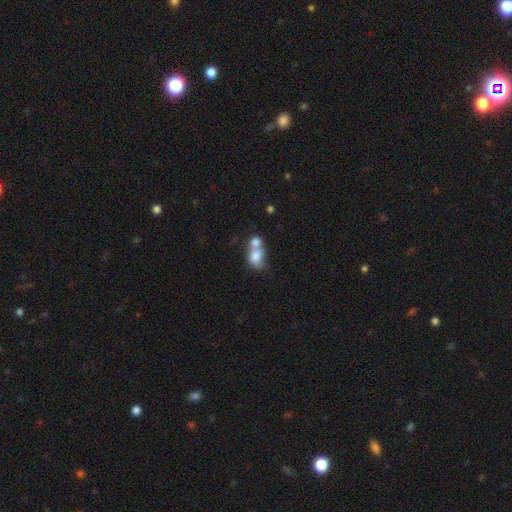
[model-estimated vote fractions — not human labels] A smooth galaxy with no disk features (75%) that is in between round and cigar-shaped (58%). Merging: merger (71%).